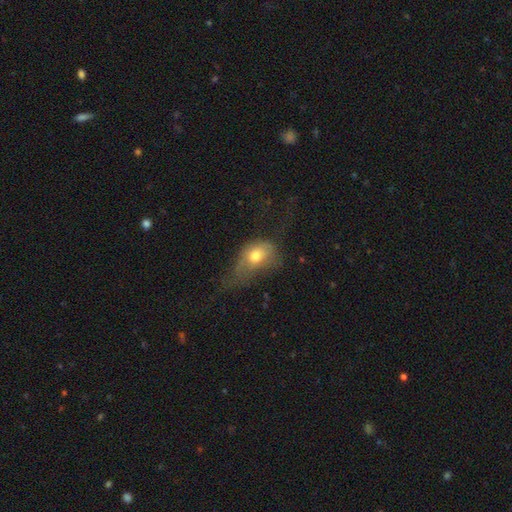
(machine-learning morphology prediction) Smooth or featured?
  - smooth: 68% *
  - featured or disk: 22%
  - star or artifact: 10%
How rounded?
  - in between: 70% *
  - round: 27%
  - cigar-shaped: 3%
Merging?
  - major disturbance: 49% *
  - minor disturbance: 27%
  - none: 20%
  - merger: 4%